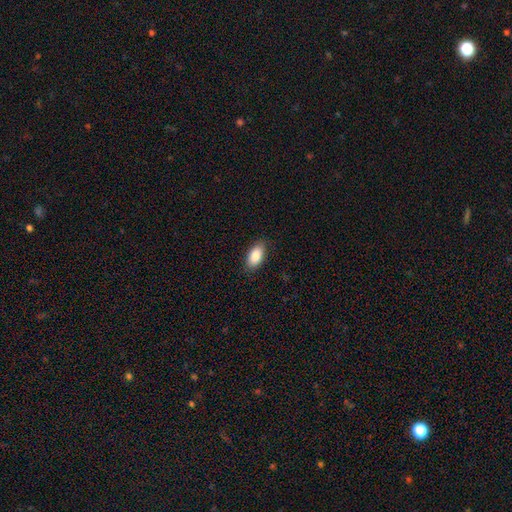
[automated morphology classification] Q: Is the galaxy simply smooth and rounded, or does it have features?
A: smooth — 86%.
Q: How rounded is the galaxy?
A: in between — 92%.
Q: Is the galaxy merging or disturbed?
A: none — 86%.